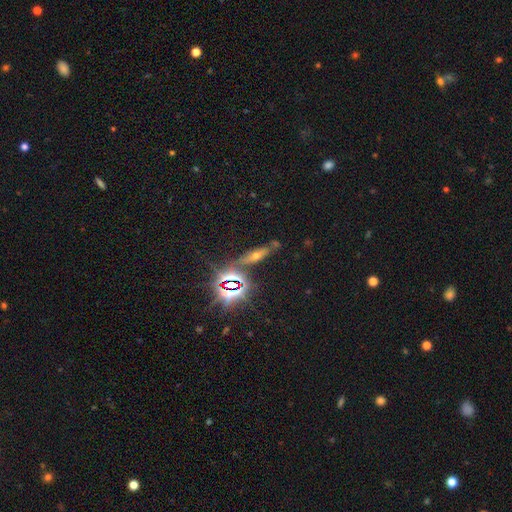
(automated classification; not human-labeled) Morphology: type=star or artifact (42%).